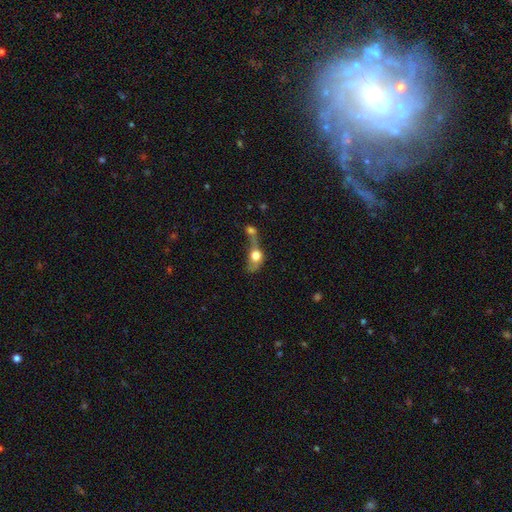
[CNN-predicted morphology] The model was most divided on "how rounded": in between: 61%, round: 33%, cigar-shaped: 6%. More confident: smooth or featured — smooth (68%); merging — merger (64%).